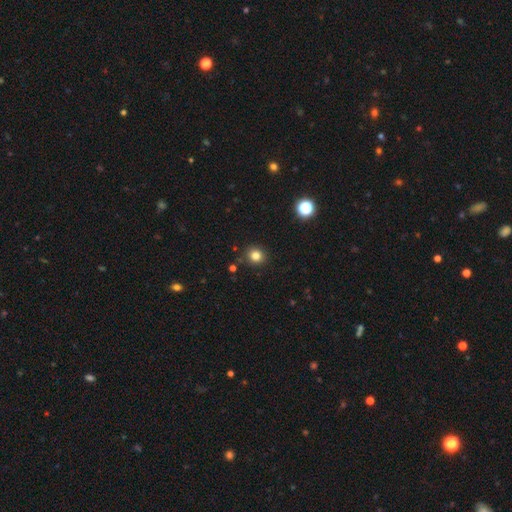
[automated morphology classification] This is clearly a smooth galaxy (81%). How rounded: clearly round (87%). Merging: clearly none (89%).